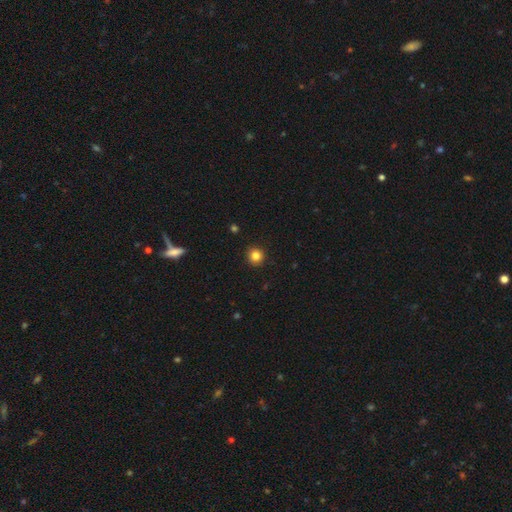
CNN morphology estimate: The model was most divided on "smooth or featured": smooth: 84%, star or artifact: 12%, featured or disk: 5%. More confident: how rounded — round (94%); merging — none (93%).